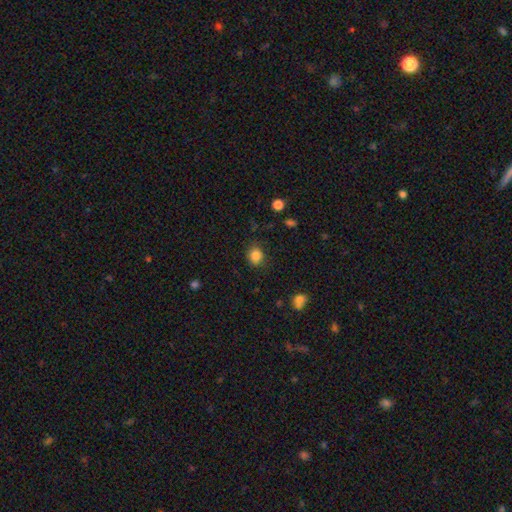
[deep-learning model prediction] smooth-or-featured: smooth: 85% | star or artifact: 11% | featured or disk: 4%
  how-rounded: round: 72% | in between: 27% | cigar-shaped: 1%
  merging: none: 83% | minor disturbance: 12% | major disturbance: 3% | merger: 1%